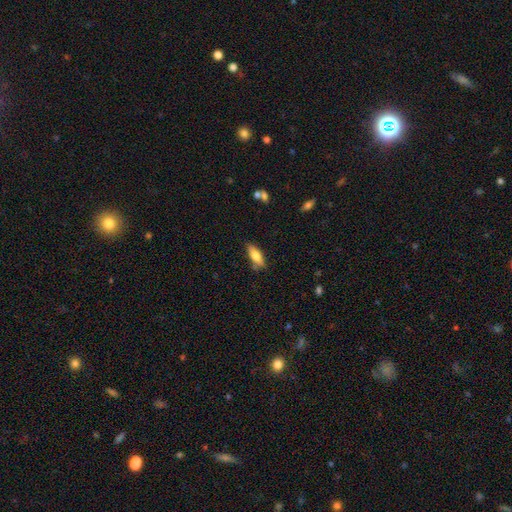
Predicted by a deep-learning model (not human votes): This appears to be a smooth galaxy with no disk features (68%) that is in between round and cigar-shaped (60%). Merging: none (78%).